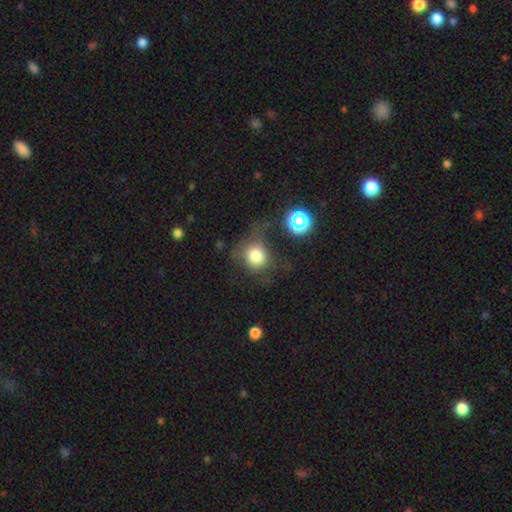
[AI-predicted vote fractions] Smooth or featured? Predicted: smooth (p=0.76). How rounded? Predicted: round (p=0.81). Merging? Predicted: none (p=0.53).